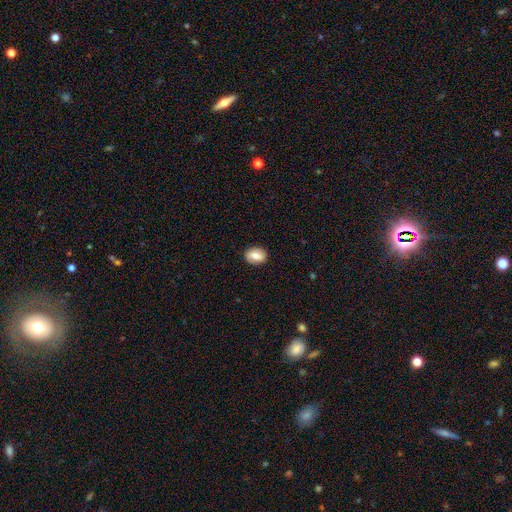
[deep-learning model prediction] This is likely a smooth galaxy (64%). How rounded: likely in between (72%). Merging: clearly none (86%).